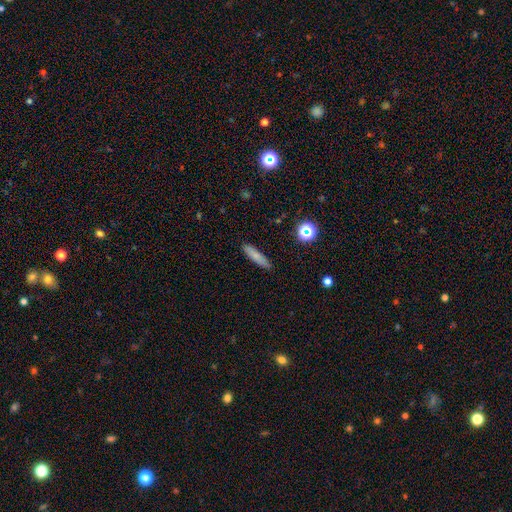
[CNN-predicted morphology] The model was most divided on "smooth or featured": smooth: 78%, featured or disk: 13%, star or artifact: 9%. More confident: merging — none (89%); how rounded — cigar-shaped (84%).